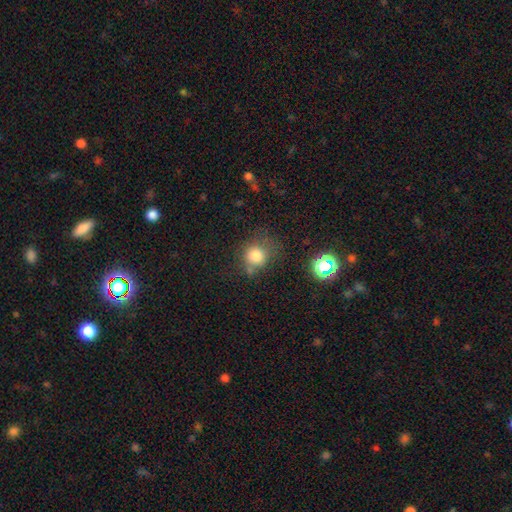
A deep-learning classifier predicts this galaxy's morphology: type=smooth (78%); roundness=round (81%); merging=none (59%).